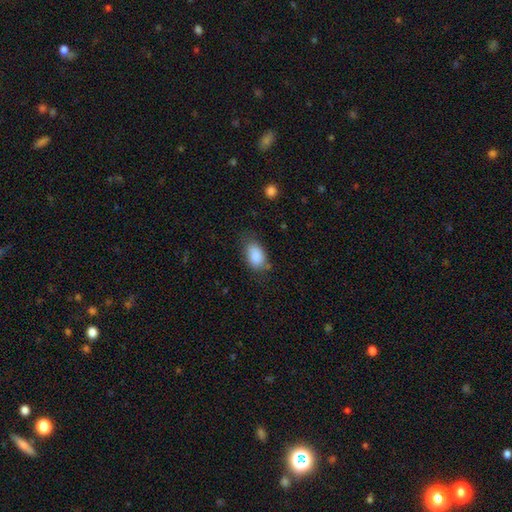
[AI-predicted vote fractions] Smooth or featured? Predicted: smooth (p=0.87). How rounded? Predicted: in between (p=0.90). Merging? Predicted: none (p=0.66).